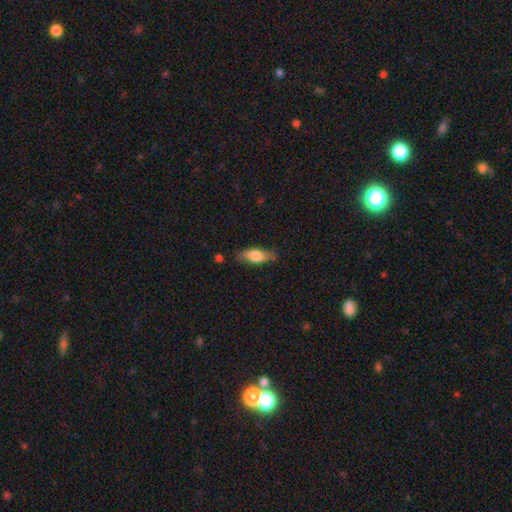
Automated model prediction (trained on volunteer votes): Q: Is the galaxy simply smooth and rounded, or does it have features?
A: smooth — 73%.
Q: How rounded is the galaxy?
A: in between — 70%.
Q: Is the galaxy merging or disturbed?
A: none — 76%.